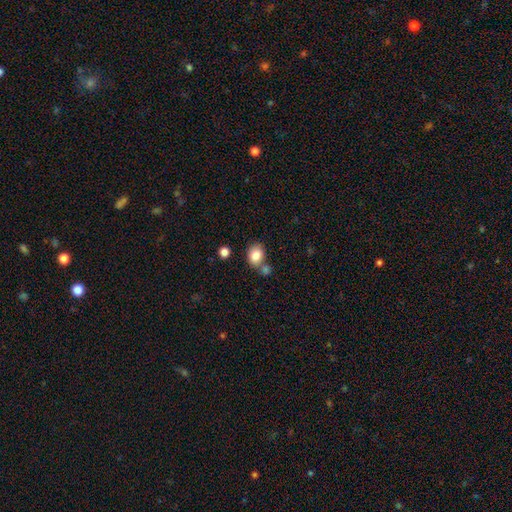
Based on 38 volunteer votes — Smooth or featured? 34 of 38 (89%) said smooth. How rounded? 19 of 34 (56%) said in between. Merging? 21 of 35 (60%) said none.